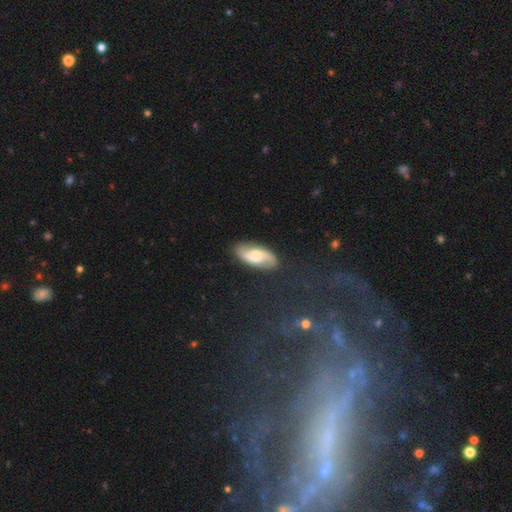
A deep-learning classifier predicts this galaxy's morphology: featured or disk 66%, smooth 29%, star or artifact 6%. Down the decision tree: edge-on disk — no (92%); bar — no (50%); spiral arms — yes (92%); spiral arm count — 2 (89%); spiral winding — loose (44%); bulge size — moderate (56%); merging — none (84%).